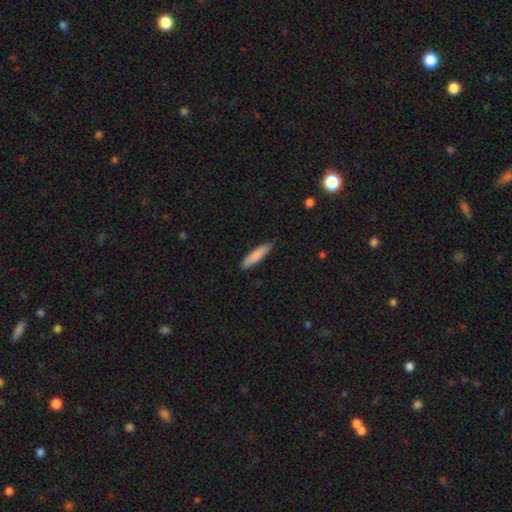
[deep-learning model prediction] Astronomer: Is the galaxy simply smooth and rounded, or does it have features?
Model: smooth — 84%.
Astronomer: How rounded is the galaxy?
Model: cigar-shaped — 81%.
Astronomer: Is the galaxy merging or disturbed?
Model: none — 84%.